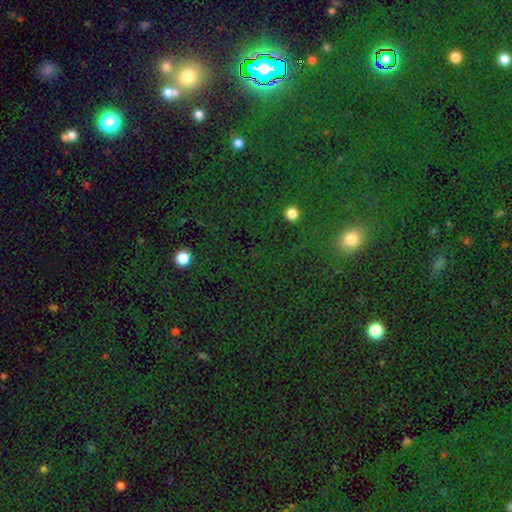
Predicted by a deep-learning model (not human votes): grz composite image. It shows a star or artifact, not a galaxy (66%).